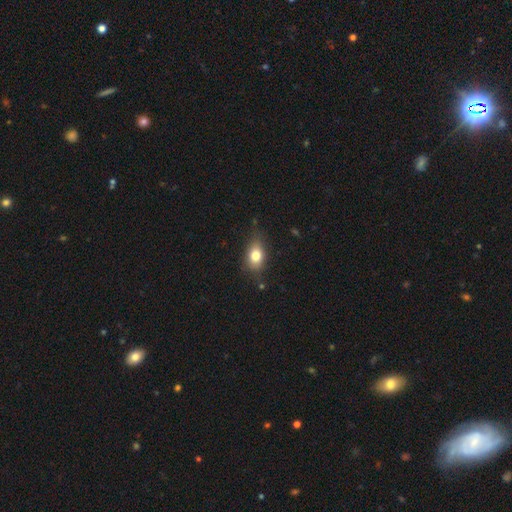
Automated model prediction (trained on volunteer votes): A smooth galaxy with no disk features (78%) that is in between round and cigar-shaped (78%).

Vote fractions:
- Smooth or featured? smooth: 78% / featured or disk: 13% / star or artifact: 9%
- How rounded? in between: 78% / round: 19% / cigar-shaped: 3%
- Merging? none: 75% / minor disturbance: 19% / major disturbance: 4% / merger: 2%